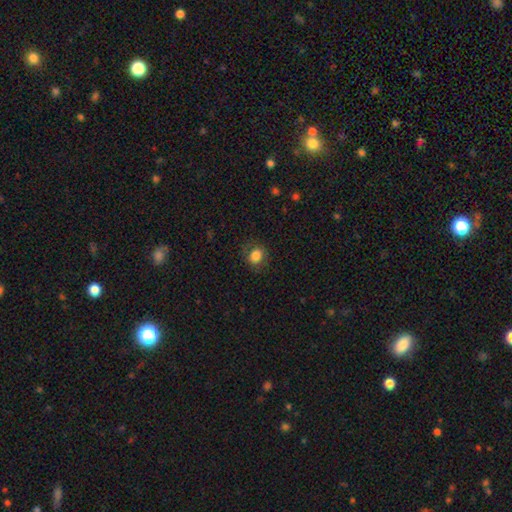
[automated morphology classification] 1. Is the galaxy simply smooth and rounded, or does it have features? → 83% smooth, 10% star or artifact, 7% featured or disk.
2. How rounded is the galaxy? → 66% round, 33% in between, 1% cigar-shaped.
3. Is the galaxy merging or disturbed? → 79% none, 14% minor disturbance, 5% major disturbance, 1% merger.